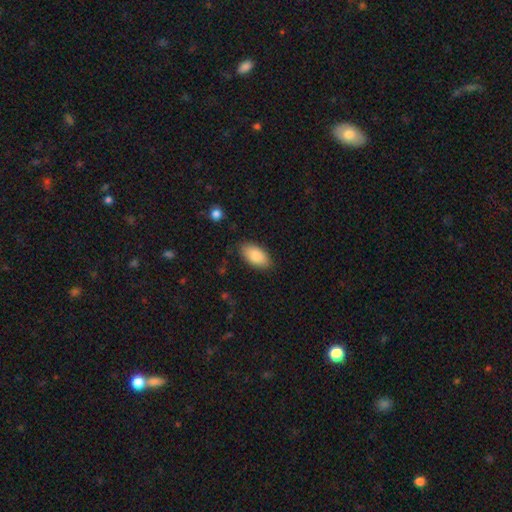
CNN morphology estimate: smooth-or-featured: smooth: 86% | featured or disk: 7% | star or artifact: 6%
  how-rounded: in between: 94% | cigar-shaped: 4% | round: 3%
  merging: none: 83% | minor disturbance: 13% | major disturbance: 3% | merger: 1%